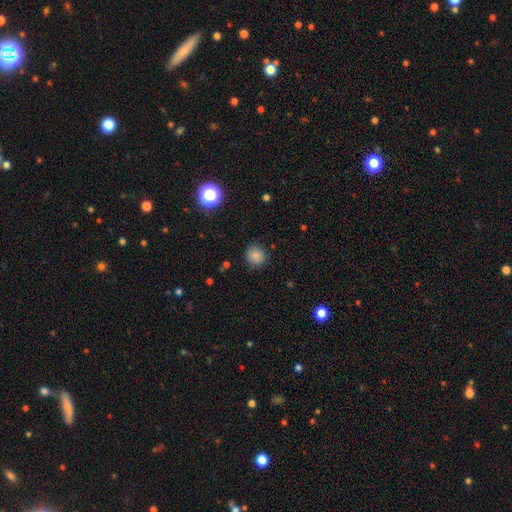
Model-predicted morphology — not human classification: Overall: smooth (83%). How rounded: round (90%). Merging: none (88%).